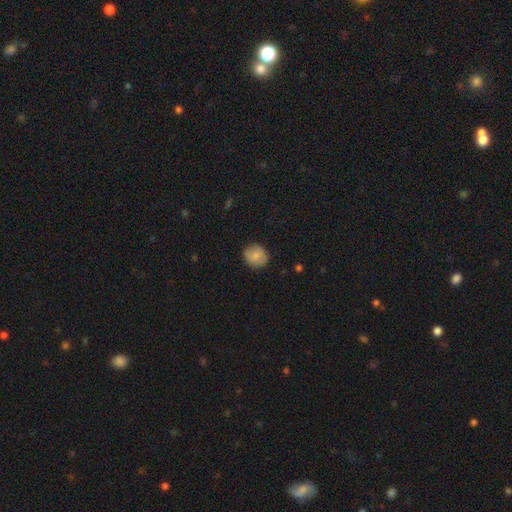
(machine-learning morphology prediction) smooth 81%, featured or disk 11%, star or artifact 7%. Down the decision tree: how rounded — round (84%); merging — none (88%).